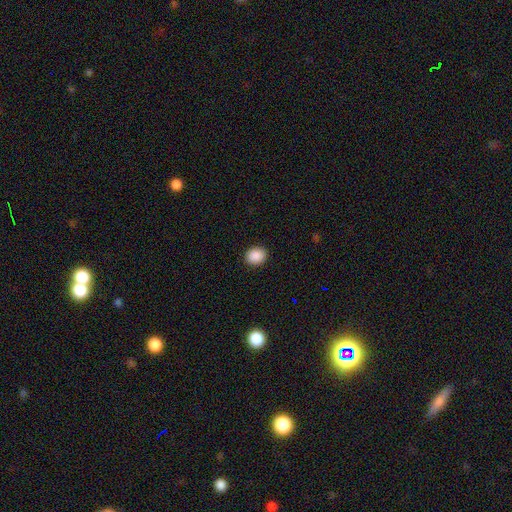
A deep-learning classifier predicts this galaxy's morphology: A smooth galaxy with no disk features (89%) that is round (62%).

Vote fractions:
- Smooth or featured? smooth: 89% / star or artifact: 8% / featured or disk: 2%
- How rounded? round: 62% / in between: 37% / cigar-shaped: 1%
- Merging? none: 91% / minor disturbance: 6% / major disturbance: 2% / merger: 1%